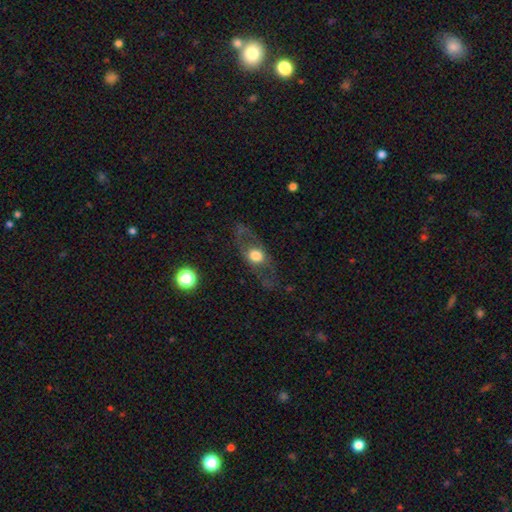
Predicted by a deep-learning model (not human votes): A featured or disk galaxy (53%). Merging: none (74%).